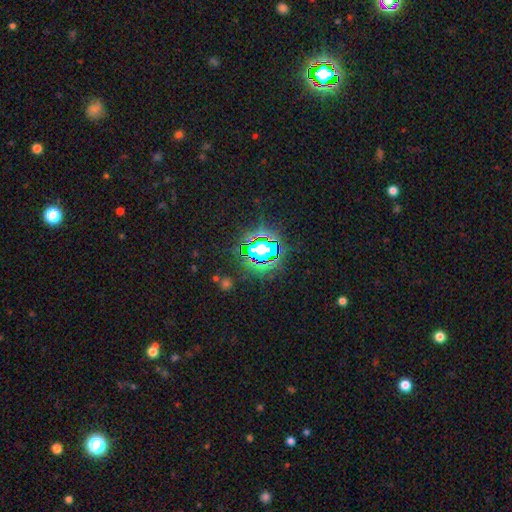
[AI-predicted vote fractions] Smooth or featured?
  - star or artifact: 78% *
  - smooth: 14%
  - featured or disk: 8%